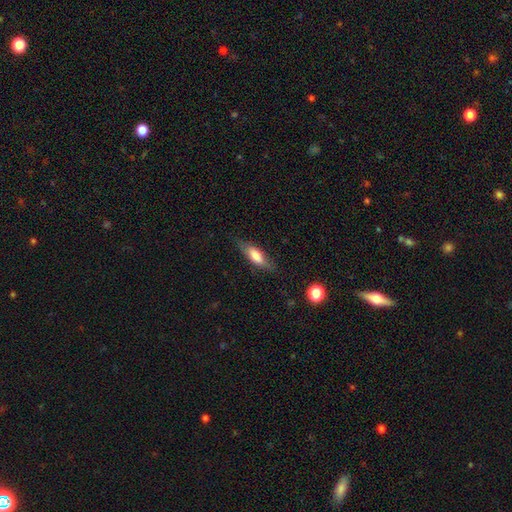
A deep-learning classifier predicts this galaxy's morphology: Smooth or featured?
  - smooth: 66% *
  - featured or disk: 27%
  - star or artifact: 7%
How rounded?
  - in between: 54% *
  - cigar-shaped: 44%
  - round: 2%
Merging?
  - none: 75% *
  - minor disturbance: 18%
  - major disturbance: 5%
  - merger: 1%